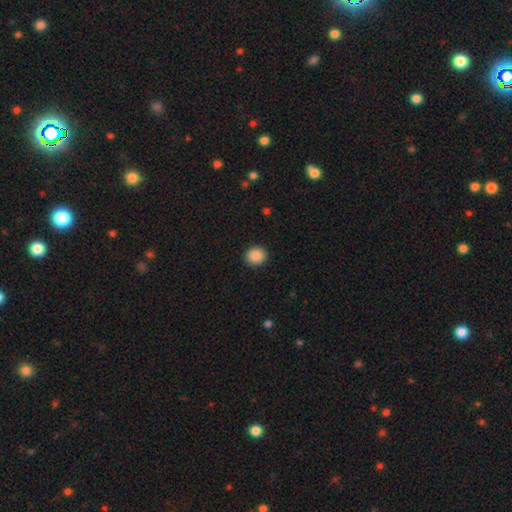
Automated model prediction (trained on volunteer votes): The model was most divided on "how rounded": round: 79%, in between: 20%, cigar-shaped: 1%. More confident: merging — none (91%); smooth or featured — smooth (89%).